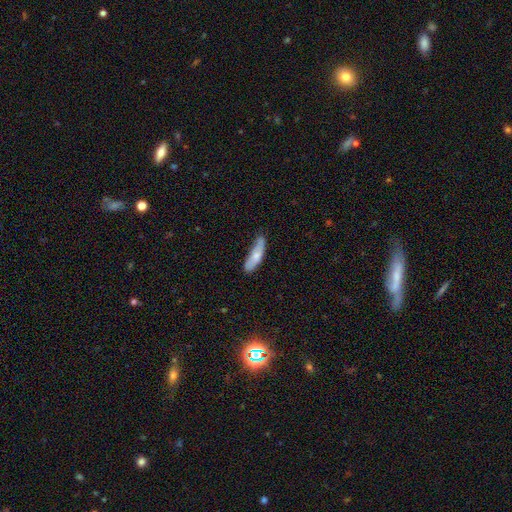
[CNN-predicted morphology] A smooth galaxy with no disk features (71%) that is cigar-shaped (61%).

Vote fractions:
- Smooth or featured? smooth: 71% / featured or disk: 23% / star or artifact: 6%
- How rounded? cigar-shaped: 61% / in between: 37% / round: 2%
- Merging? none: 57% / minor disturbance: 33% / major disturbance: 7% / merger: 3%